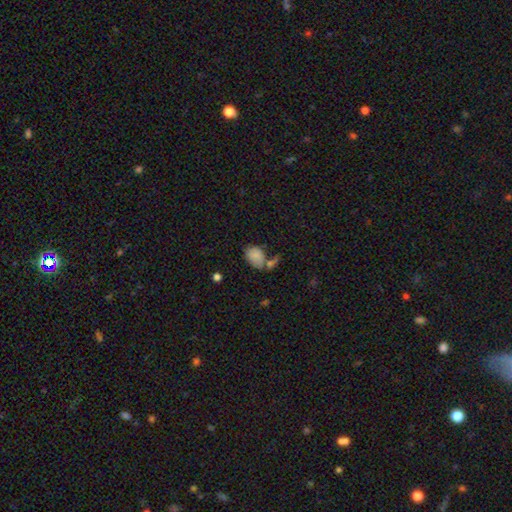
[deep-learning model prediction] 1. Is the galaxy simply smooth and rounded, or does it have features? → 81% smooth, 10% featured or disk, 9% star or artifact.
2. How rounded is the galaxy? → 82% in between, 17% round, 1% cigar-shaped.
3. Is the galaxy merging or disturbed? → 42% none, 25% merger, 23% minor disturbance, 11% major disturbance.